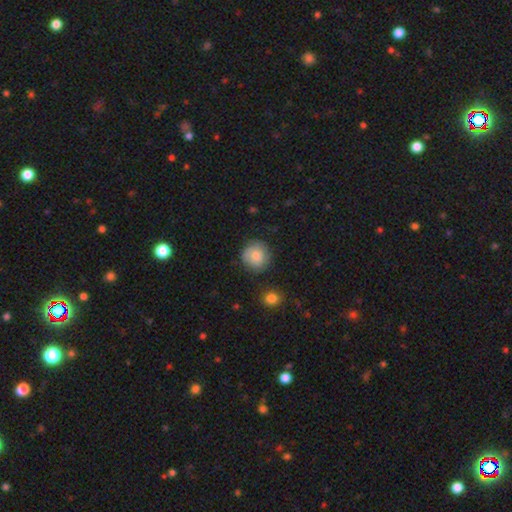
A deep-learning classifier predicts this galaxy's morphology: The model was most divided on "smooth or featured": smooth: 70%, featured or disk: 22%, star or artifact: 7%. More confident: how rounded — round (91%); merging — none (78%).